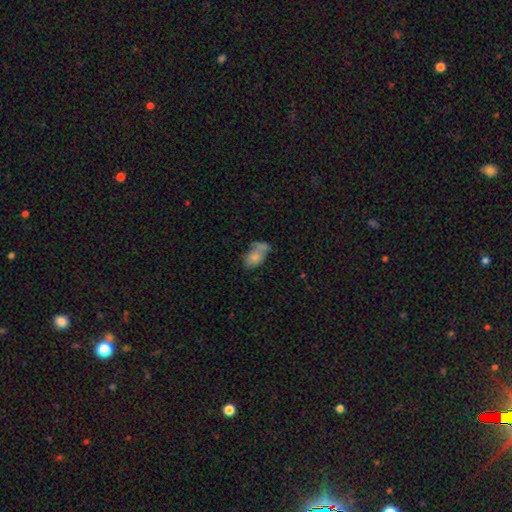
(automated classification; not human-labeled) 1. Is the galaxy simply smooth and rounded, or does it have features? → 73% smooth, 19% featured or disk, 9% star or artifact.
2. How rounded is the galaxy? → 87% in between, 11% round, 2% cigar-shaped.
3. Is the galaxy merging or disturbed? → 34% none, 31% merger, 22% minor disturbance, 14% major disturbance.